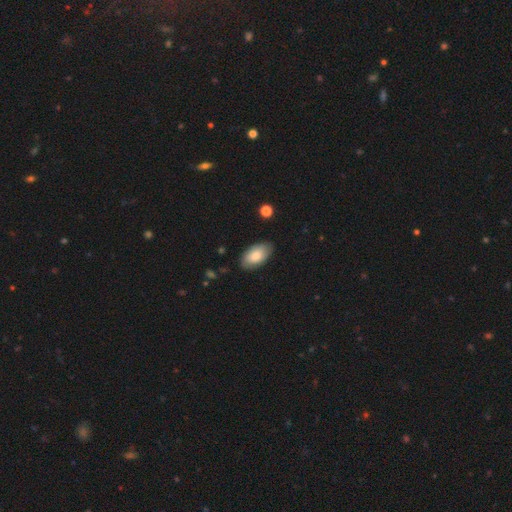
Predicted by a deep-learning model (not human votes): A smooth galaxy with no disk features (79%) that is in between round and cigar-shaped (95%). Merging: none (83%).